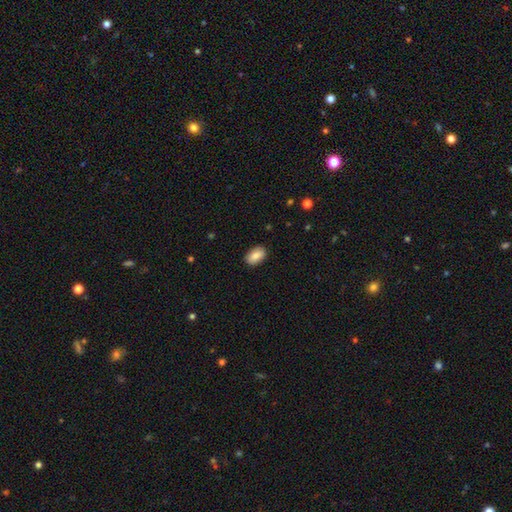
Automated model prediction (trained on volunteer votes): A smooth galaxy with no disk features (85%) that is in between round and cigar-shaped (91%).

Vote fractions:
- Smooth or featured? smooth: 85% / featured or disk: 8% / star or artifact: 7%
- How rounded? in between: 91% / round: 7% / cigar-shaped: 2%
- Merging? none: 88% / minor disturbance: 9% / major disturbance: 2% / merger: 1%